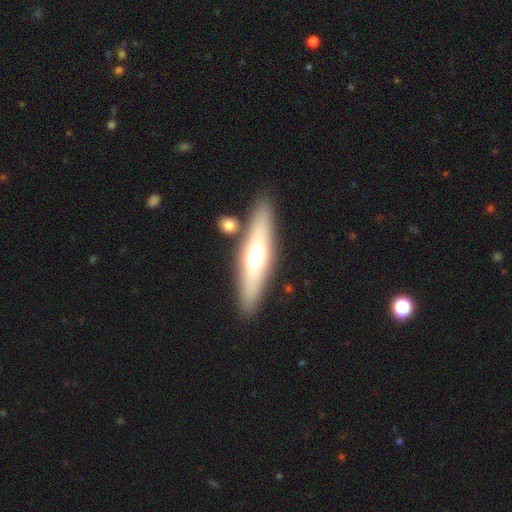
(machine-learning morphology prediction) Overall: featured or disk (48%; smooth 46%). Merging: none (83%).